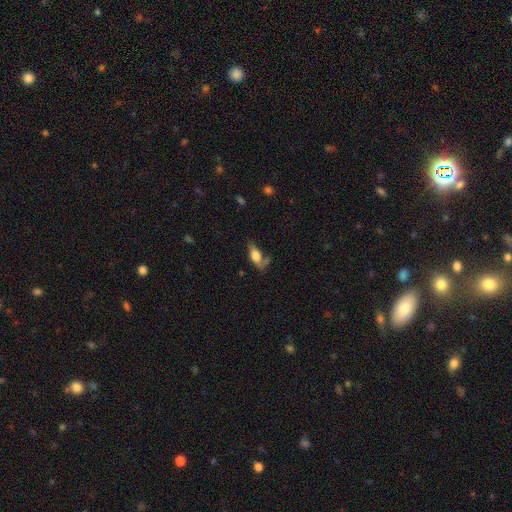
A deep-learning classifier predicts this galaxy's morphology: type=smooth (63%); roundness=in between (79%); merging=none (43%).